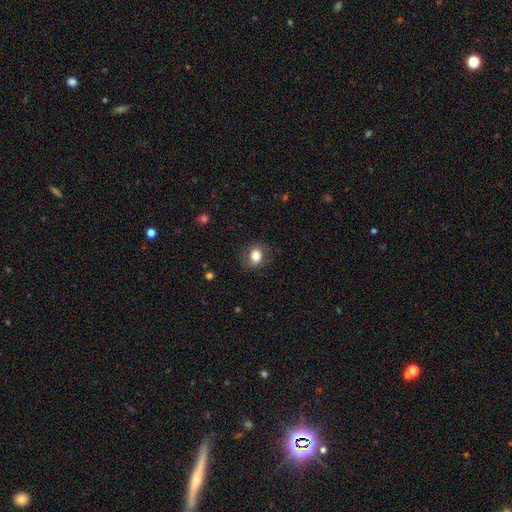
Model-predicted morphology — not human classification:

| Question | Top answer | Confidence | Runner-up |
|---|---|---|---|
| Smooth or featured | smooth | 79% | featured or disk (11%) |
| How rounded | round | 52% | in between (47%) |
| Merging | none | 80% | minor disturbance (14%) |